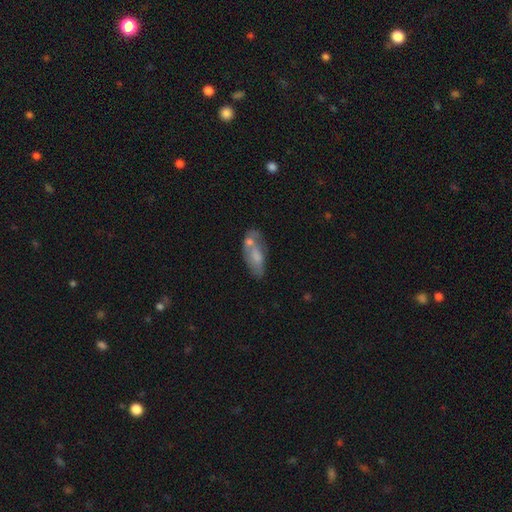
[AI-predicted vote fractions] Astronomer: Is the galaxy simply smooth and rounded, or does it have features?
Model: smooth — 58% (runner-up: featured or disk, 35%).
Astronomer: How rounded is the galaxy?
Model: in between — 78%.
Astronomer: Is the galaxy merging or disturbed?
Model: none — 36% (runner-up: merger, 29%).